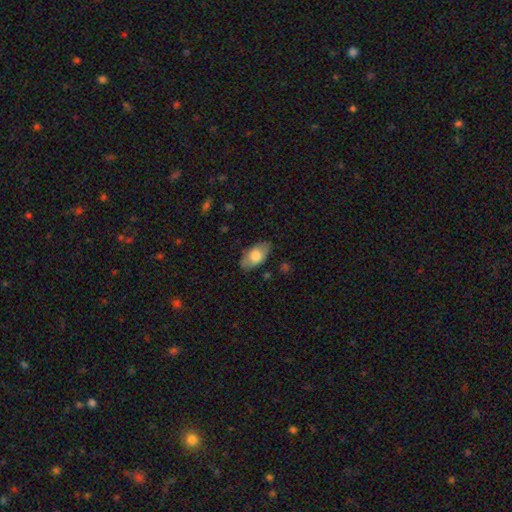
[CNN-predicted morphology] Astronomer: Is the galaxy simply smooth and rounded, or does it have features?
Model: smooth — 74%.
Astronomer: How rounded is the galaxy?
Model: in between — 93%.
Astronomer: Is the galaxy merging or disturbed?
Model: none — 80%.